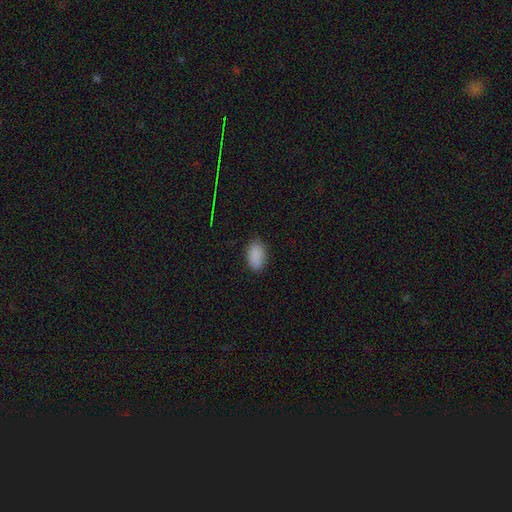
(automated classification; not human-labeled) The model was most divided on "merging": none: 82%, minor disturbance: 15%, major disturbance: 3%, merger: 1%. More confident: how rounded — in between (92%); smooth or featured — smooth (88%).